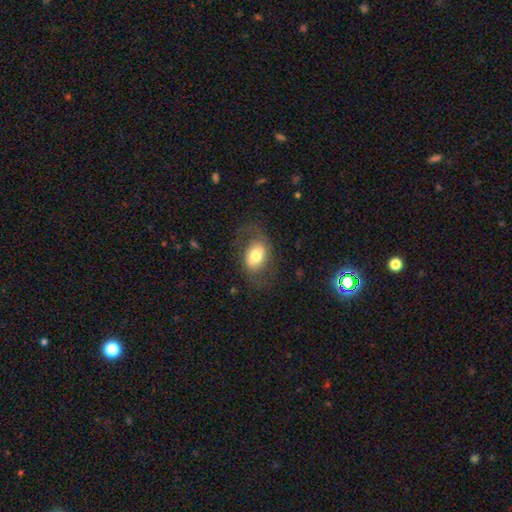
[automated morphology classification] smooth-or-featured: smooth: 60% | featured or disk: 33% | star or artifact: 7%
  how-rounded: in between: 79% | round: 20% | cigar-shaped: 1%
  merging: none: 63% | minor disturbance: 19% | major disturbance: 16% | merger: 1%